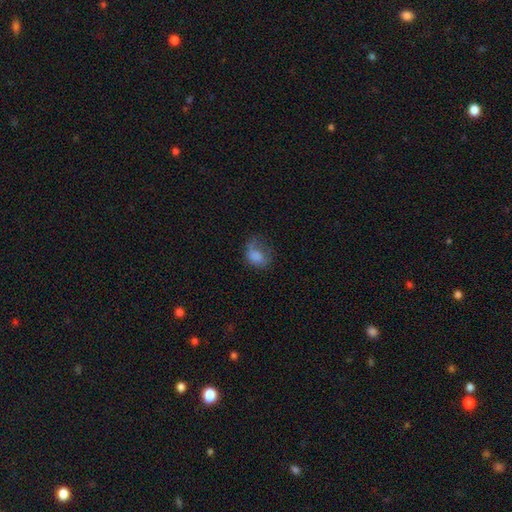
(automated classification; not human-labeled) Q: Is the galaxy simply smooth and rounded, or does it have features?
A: smooth — 71%.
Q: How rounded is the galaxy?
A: in between — 65%.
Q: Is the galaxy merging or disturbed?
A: major disturbance — 38%.